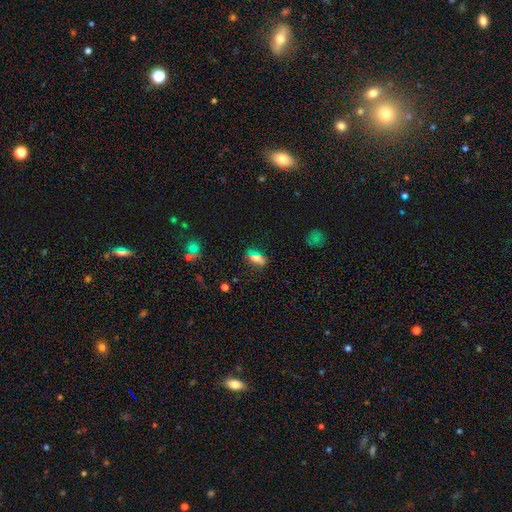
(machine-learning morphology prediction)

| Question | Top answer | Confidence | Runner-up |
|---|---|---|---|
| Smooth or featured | smooth | 65% | star or artifact (19%) |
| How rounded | in between | 73% | cigar-shaped (14%) |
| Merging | none | 74% | minor disturbance (16%) |